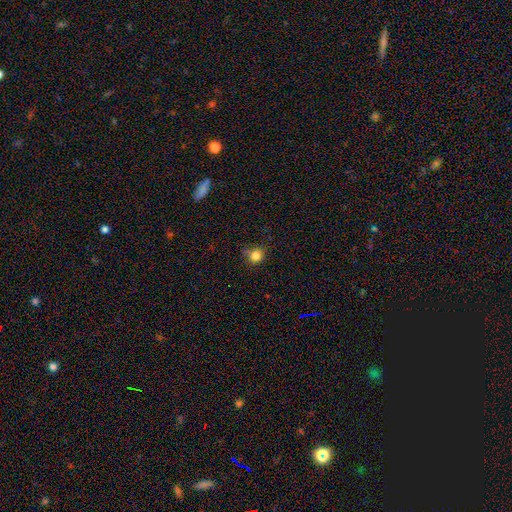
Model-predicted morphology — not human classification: Smooth or featured? Predicted: smooth (p=0.81). How rounded? Predicted: round (p=0.85). Merging? Predicted: none (p=0.68).